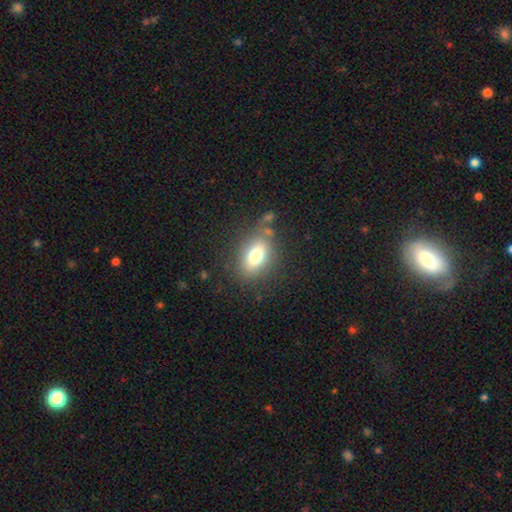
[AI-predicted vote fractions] Smooth or featured: smooth — 75% (featured or disk — 15%)
How rounded: in between — 79% (round — 17%)
Merging: none — 74% (minor disturbance — 14%)